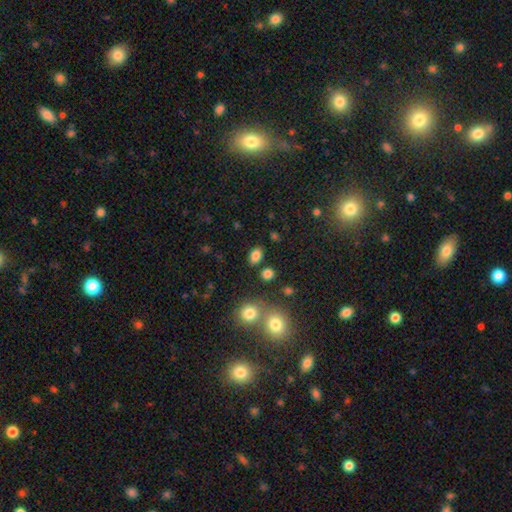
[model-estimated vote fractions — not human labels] Q: Smooth or featured?
A: smooth (83%); runner-up: star or artifact (11%)
Q: How rounded?
A: in between (79%); runner-up: round (19%)
Q: Merging?
A: none (78%); runner-up: minor disturbance (11%)